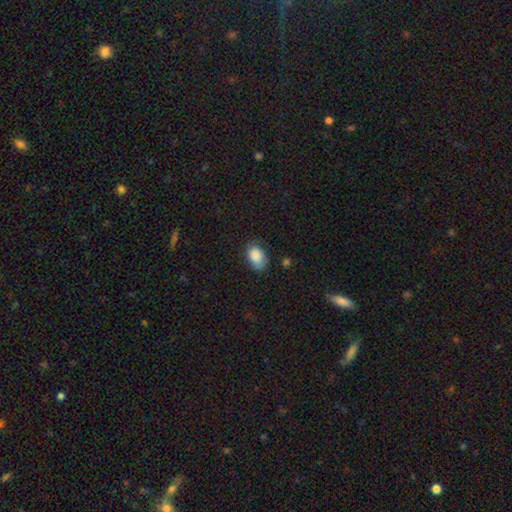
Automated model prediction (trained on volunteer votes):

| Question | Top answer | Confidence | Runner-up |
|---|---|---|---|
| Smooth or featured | smooth | 87% | star or artifact (7%) |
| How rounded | in between | 87% | round (12%) |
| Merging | none | 68% | minor disturbance (25%) |